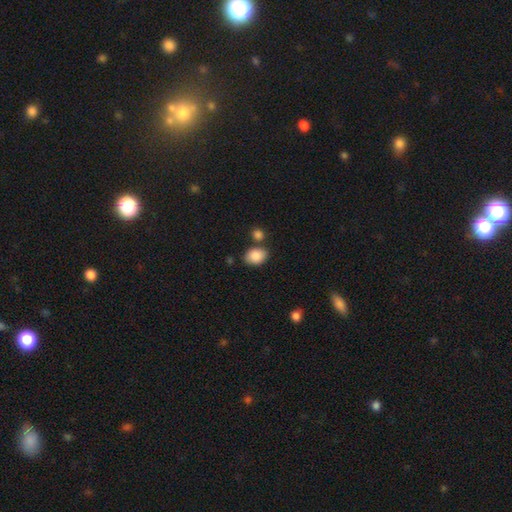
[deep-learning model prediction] Morphology: type=smooth (87%); roundness=in between (73%); merging=none (70%).